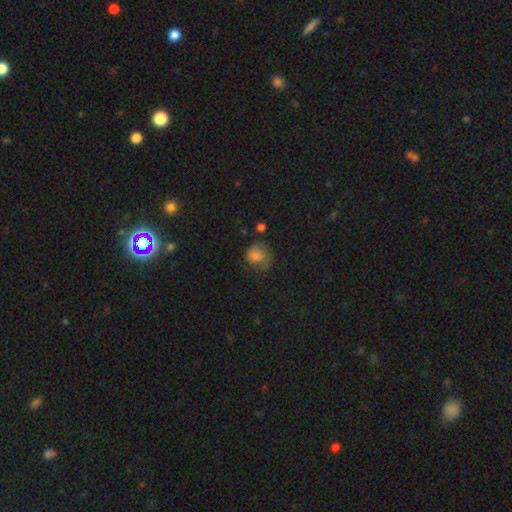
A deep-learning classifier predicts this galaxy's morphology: type=smooth (67%); roundness=round (73%); merging=none (48%).